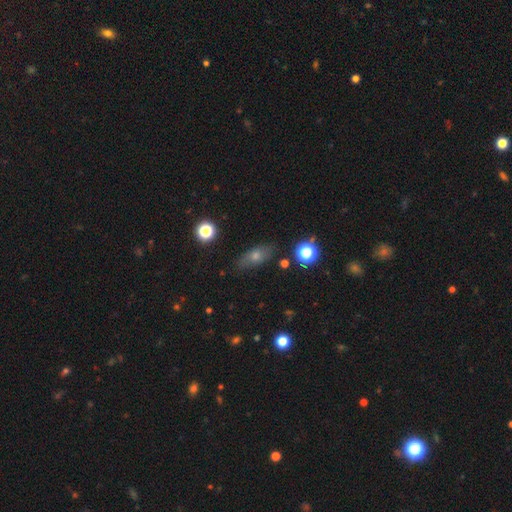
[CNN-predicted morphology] smooth 61%, featured or disk 23%, star or artifact 16%. Down the decision tree: how rounded — in between (70%); merging — none (81%).